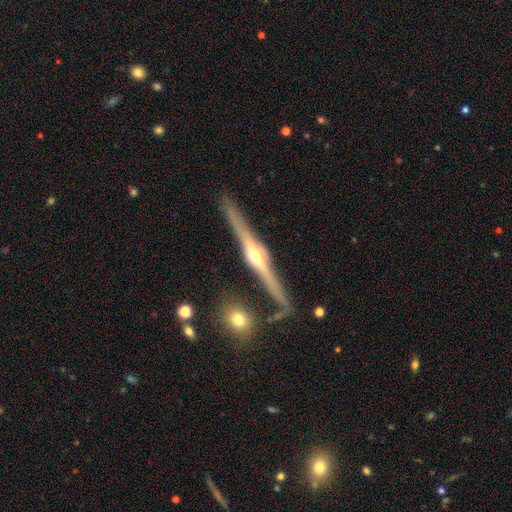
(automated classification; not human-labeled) A featured or disk galaxy (86%) viewed edge-on (98%) with a rounded central bulge (91%).

Vote fractions:
- Smooth or featured? featured or disk: 86% / smooth: 9% / star or artifact: 5%
- Edge-on disk? yes: 98% / no: 2%
- Edge-on bulge? rounded: 91% / boxy: 6% / none: 3%
- Merging? none: 86% / minor disturbance: 9% / merger: 3% / major disturbance: 2%